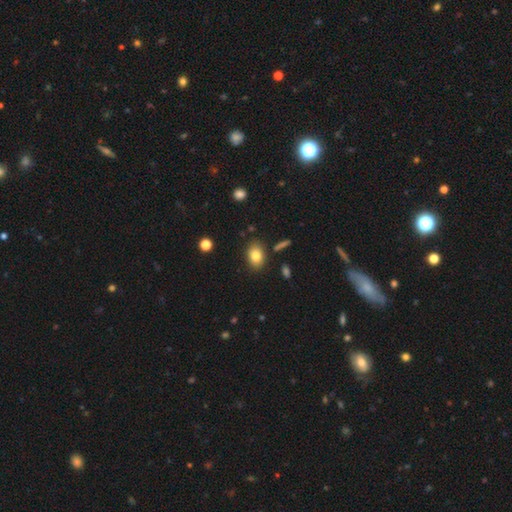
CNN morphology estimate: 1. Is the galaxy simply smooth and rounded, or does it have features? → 81% smooth, 10% featured or disk, 9% star or artifact.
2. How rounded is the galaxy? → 77% in between, 22% round, 1% cigar-shaped.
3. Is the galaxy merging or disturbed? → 84% none, 10% minor disturbance, 3% merger, 3% major disturbance.